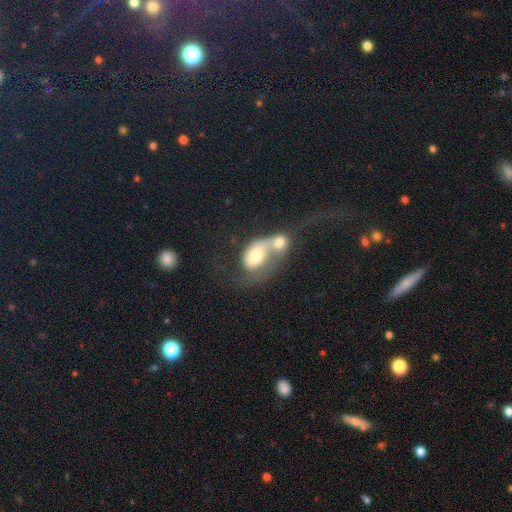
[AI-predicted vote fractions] Smooth or featured: featured or disk — 47% (smooth — 46%)
Merging: merger — 78% (major disturbance — 12%)